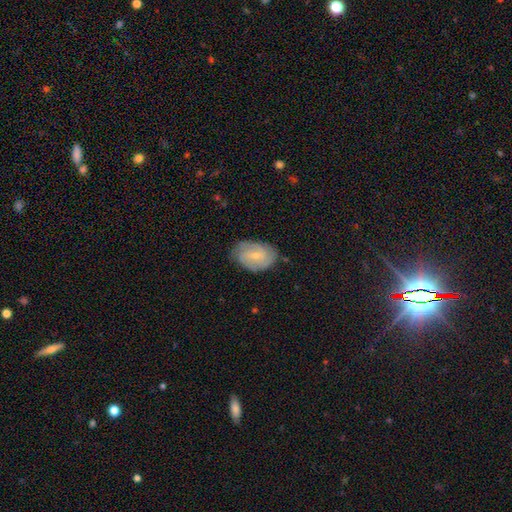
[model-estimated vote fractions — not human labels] Smooth or featured: featured or disk — 69% (smooth — 25%)
Edge-on disk: no — 96% (yes — 4%)
Bar: weak — 47% (no — 43%)
Spiral arms: yes — 90% (no — 10%)
Spiral winding: tight — 54% (medium — 35%)
Spiral arm count: 2 — 37% (can't tell — 31%)
Bulge size: small — 71% (moderate — 25%)
Merging: none — 73% (minor disturbance — 21%)